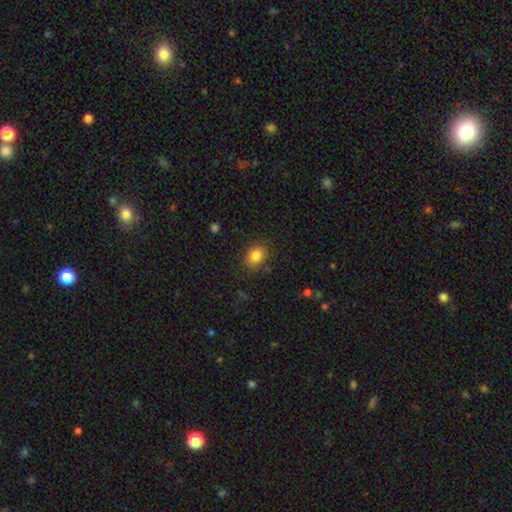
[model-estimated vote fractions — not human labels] Q: Smooth or featured?
A: smooth (84%); runner-up: star or artifact (10%)
Q: How rounded?
A: in between (61%); runner-up: round (38%)
Q: Merging?
A: none (82%); runner-up: minor disturbance (13%)